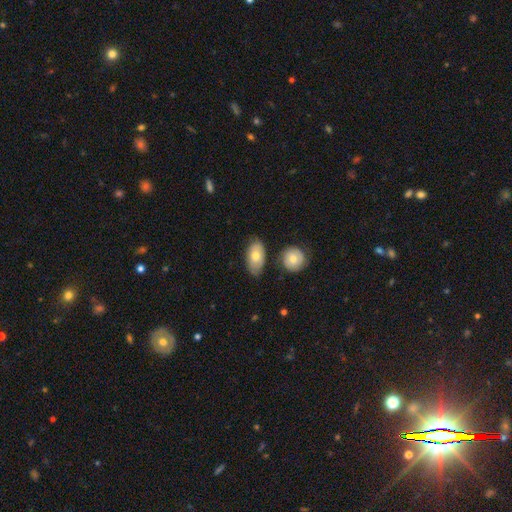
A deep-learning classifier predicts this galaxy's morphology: smooth-or-featured: smooth: 74% | featured or disk: 20% | star or artifact: 6%
  how-rounded: in between: 91% | round: 6% | cigar-shaped: 4%
  merging: none: 71% | minor disturbance: 17% | merger: 8% | major disturbance: 4%